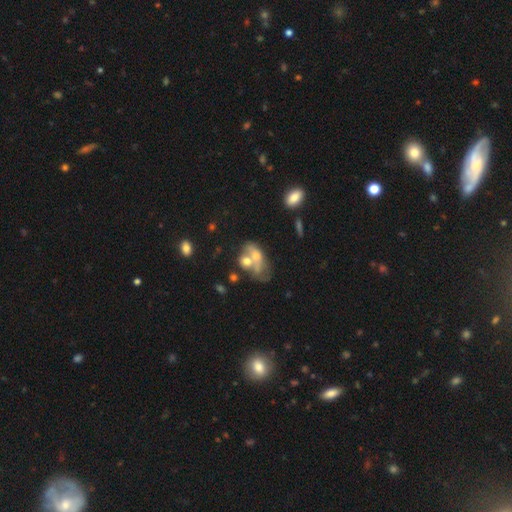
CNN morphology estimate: Overall: smooth (49%; featured or disk 41%). Merging: merger (55%; none 18%).